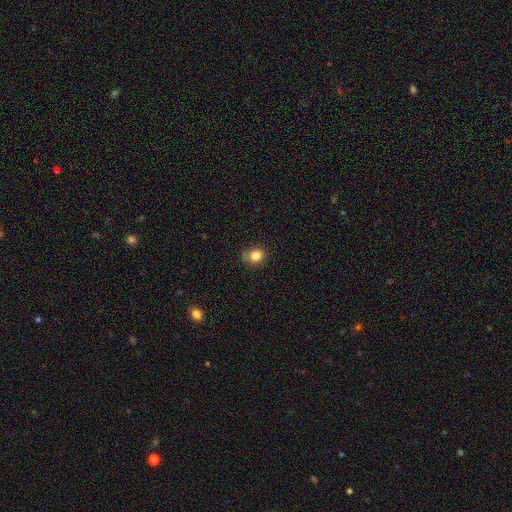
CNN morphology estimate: Smooth or featured?
  - smooth: 83% *
  - star or artifact: 11%
  - featured or disk: 7%
How rounded?
  - round: 70% *
  - in between: 29%
  - cigar-shaped: 1%
Merging?
  - none: 71% *
  - minor disturbance: 22%
  - major disturbance: 5%
  - merger: 2%